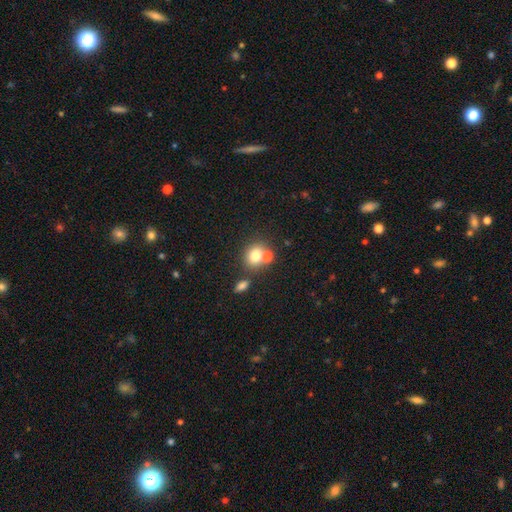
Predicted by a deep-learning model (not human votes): The model was most divided on "merging": none: 51%, merger: 36%, minor disturbance: 10%, major disturbance: 4%. More confident: smooth or featured — smooth (75%); how rounded — round (64%).